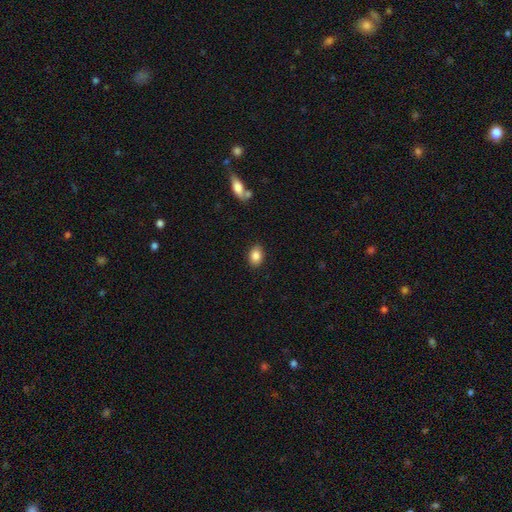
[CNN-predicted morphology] Smooth or featured? Predicted: smooth (p=0.86). How rounded? Predicted: in between (p=0.79). Merging? Predicted: none (p=0.88).